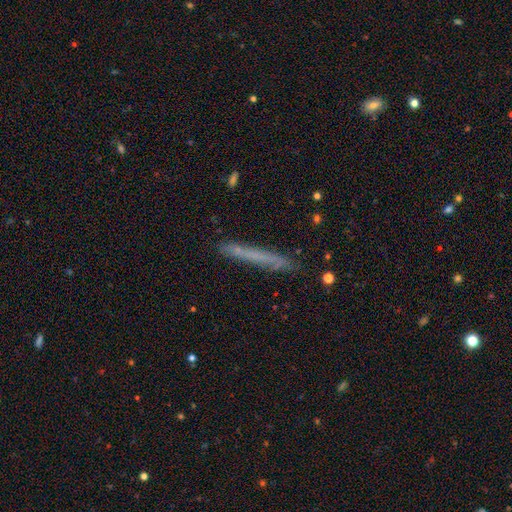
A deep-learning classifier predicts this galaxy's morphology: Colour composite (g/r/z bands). It shows a smooth galaxy with no disk features (59%) that is cigar-shaped (97%). Merging: none (84%).